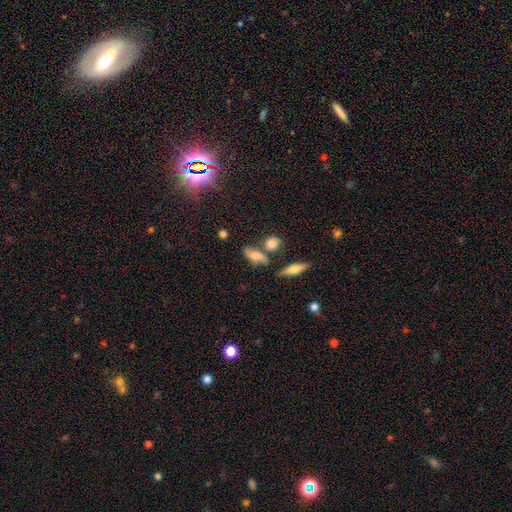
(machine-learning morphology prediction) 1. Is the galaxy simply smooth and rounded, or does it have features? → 54% smooth, 35% featured or disk, 11% star or artifact.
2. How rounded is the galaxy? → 68% in between, 22% cigar-shaped, 10% round.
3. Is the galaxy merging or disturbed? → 54% none, 20% minor disturbance, 17% merger, 8% major disturbance.